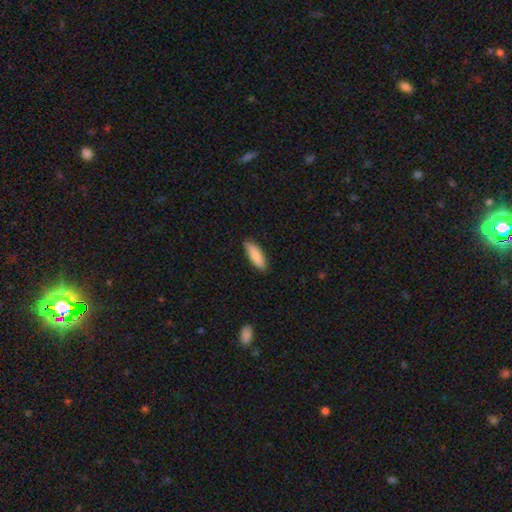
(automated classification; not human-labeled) Q: Smooth or featured?
A: smooth (86%); runner-up: featured or disk (9%)
Q: How rounded?
A: in between (51%); runner-up: cigar-shaped (47%)
Q: Merging?
A: none (83%); runner-up: minor disturbance (14%)